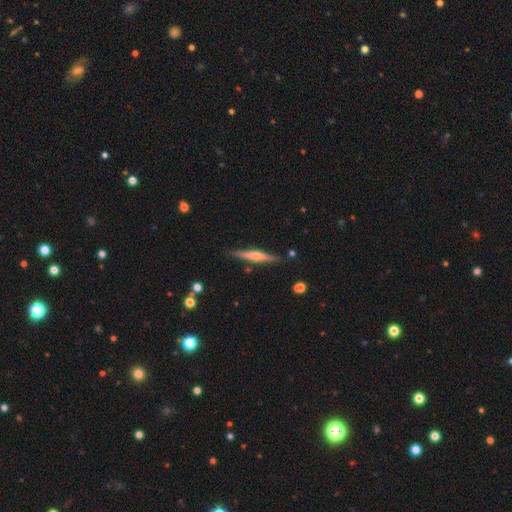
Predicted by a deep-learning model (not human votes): Smooth or featured: featured or disk — 68% (smooth — 26%)
Edge-on disk: yes — 97% (no — 3%)
Edge-on bulge: rounded — 78% (none — 13%)
Merging: none — 87% (minor disturbance — 9%)